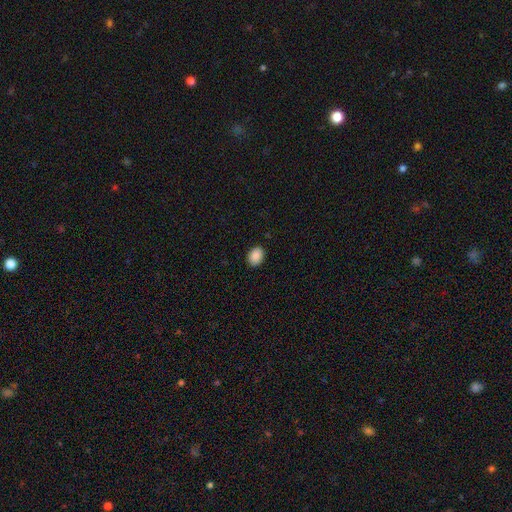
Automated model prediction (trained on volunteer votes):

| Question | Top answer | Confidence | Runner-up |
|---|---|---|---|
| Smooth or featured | smooth | 90% | star or artifact (8%) |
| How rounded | in between | 69% | round (30%) |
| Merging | none | 90% | minor disturbance (8%) |